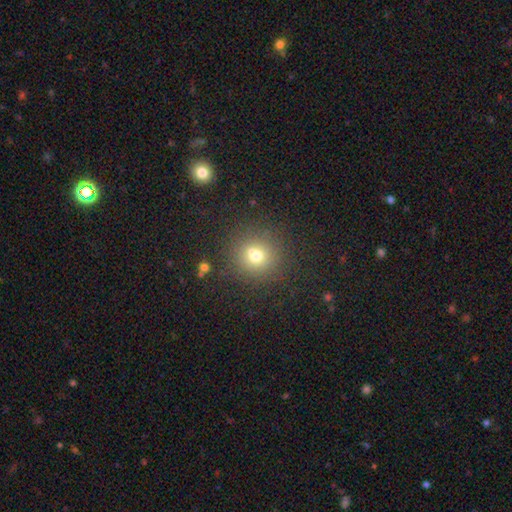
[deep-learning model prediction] A smooth galaxy with no disk features (69%) that is round (90%). Merging: none (73%).